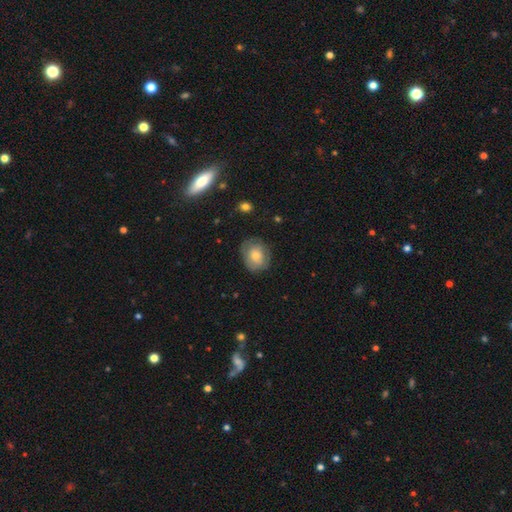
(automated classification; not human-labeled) Overall: smooth (63%; featured or disk 30%). How rounded: round (57%; in between 42%). Merging: none (73%).